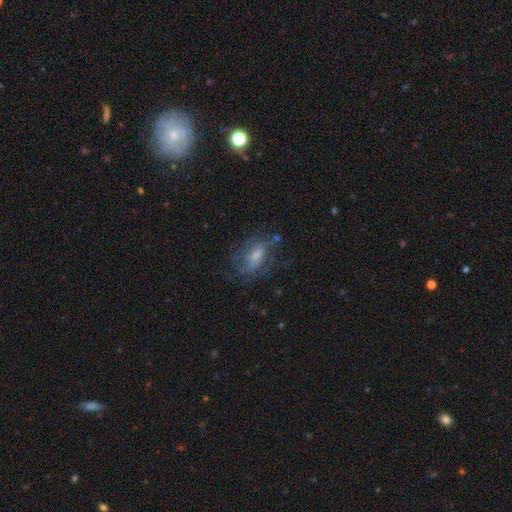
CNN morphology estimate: Overall: featured or disk (45%; smooth 38%). Merging: none (61%; minor disturbance 21%).